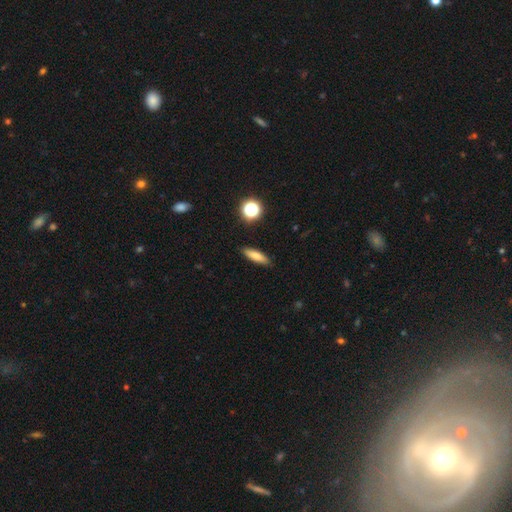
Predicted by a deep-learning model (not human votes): This is likely a smooth galaxy (75%). How rounded: likely cigar-shaped (61%). Merging: clearly none (88%).